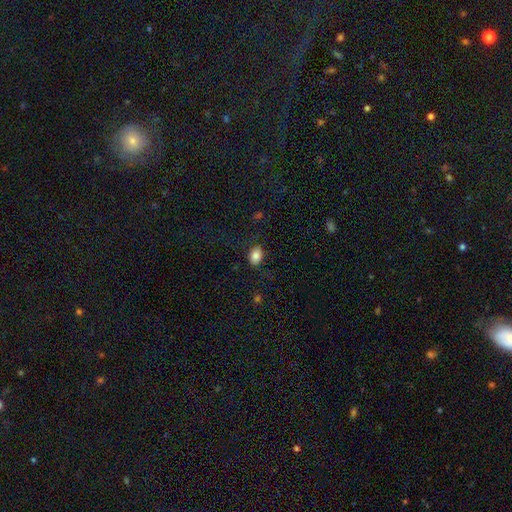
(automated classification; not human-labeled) Smooth or featured: smooth — 84% (star or artifact — 9%)
How rounded: in between — 76% (round — 22%)
Merging: none — 80% (minor disturbance — 14%)